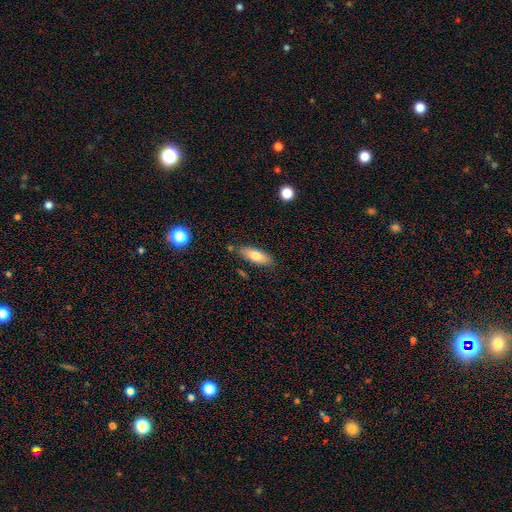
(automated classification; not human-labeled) Overall: smooth (72%). How rounded: in between (67%; cigar-shaped 30%). Merging: none (81%).